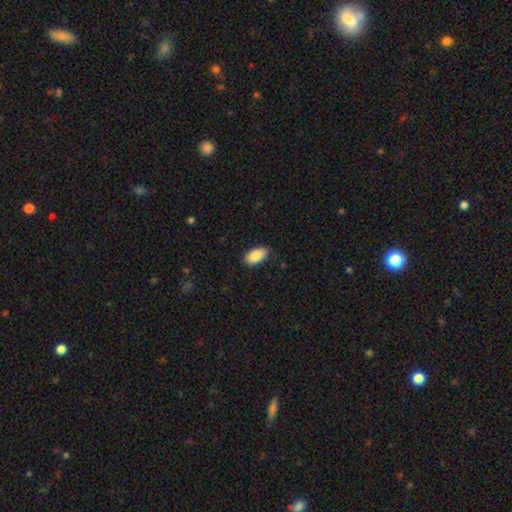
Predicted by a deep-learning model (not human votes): Overall: smooth (88%). How rounded: in between (94%). Merging: none (84%).